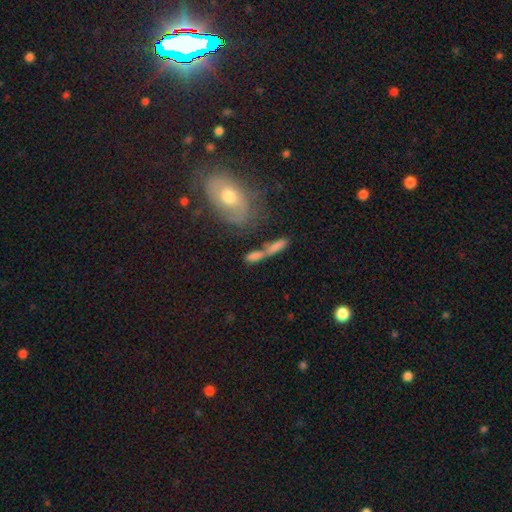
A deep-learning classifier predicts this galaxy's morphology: This is likely a smooth galaxy (66%). How rounded: possibly cigar-shaped (48%). Merging: marginally merger (43%).